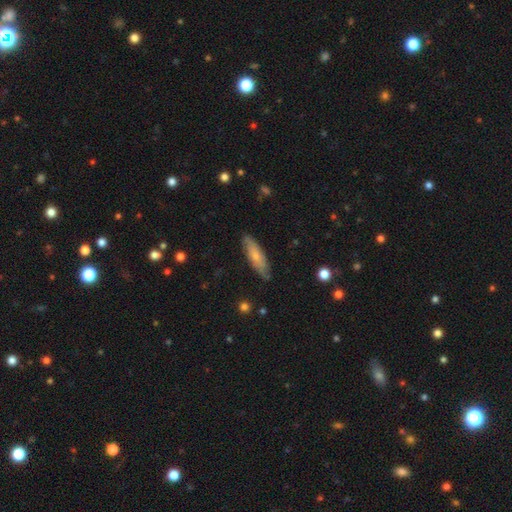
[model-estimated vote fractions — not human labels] smooth_or_featured: smooth (p=0.60) [alt: featured or disk p=0.34]
how_rounded: cigar-shaped (p=0.57) [alt: in between p=0.41]
merging: none (p=0.81) [alt: minor disturbance p=0.15]